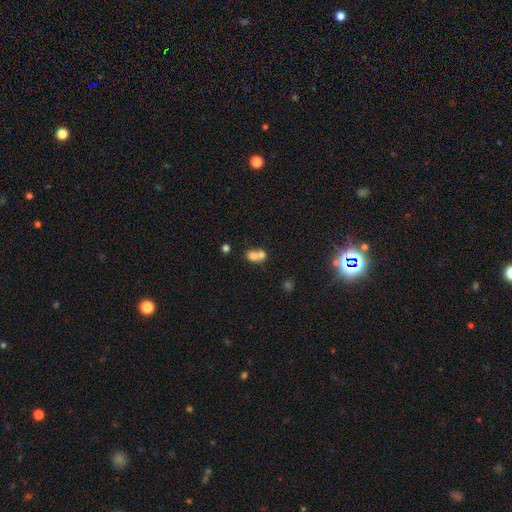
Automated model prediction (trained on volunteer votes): smooth 72%, featured or disk 17%, star or artifact 11%. Down the decision tree: how rounded — round (62%); merging — merger (68%).